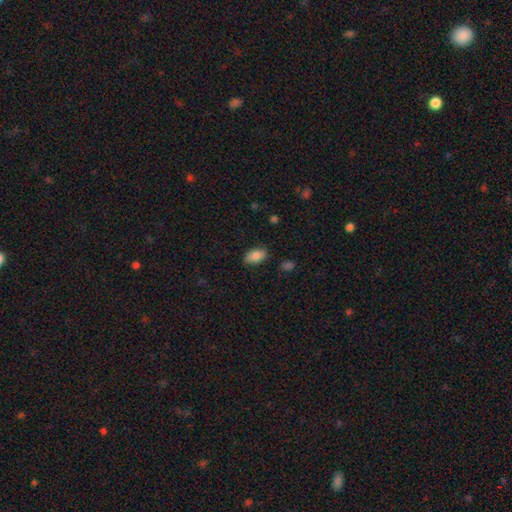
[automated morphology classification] Smooth or featured? smooth (83%)
How rounded? in between (92%)
Merging? none (83%)